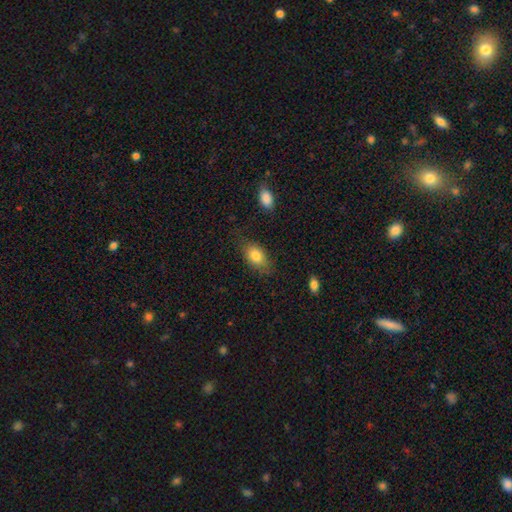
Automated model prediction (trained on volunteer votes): Smooth or featured? Predicted: smooth (p=0.81). How rounded? Predicted: in between (p=0.86). Merging? Predicted: none (p=0.74).